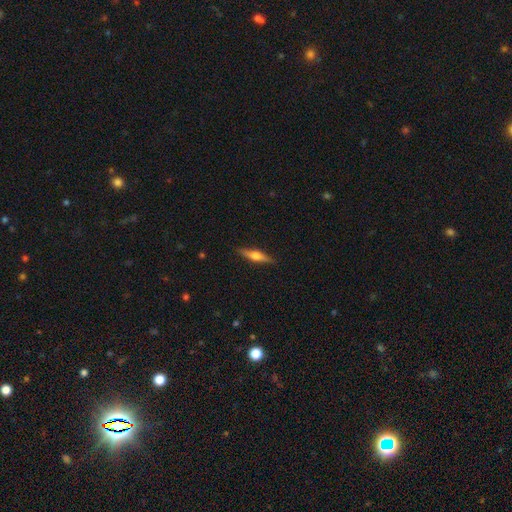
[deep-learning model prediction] Morphology: type=featured or disk (60%); edge-on=yes (96%); edge-on bulge=rounded (90%); merging=none (89%).